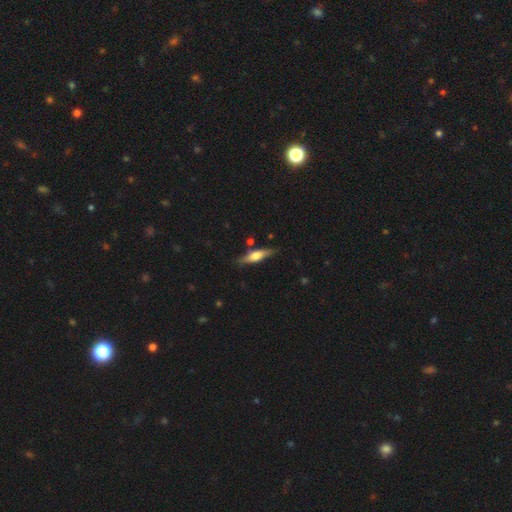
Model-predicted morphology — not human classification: Smooth or featured? featured or disk (52%)
Edge-on disk? yes (92%)
Merging? none (80%)